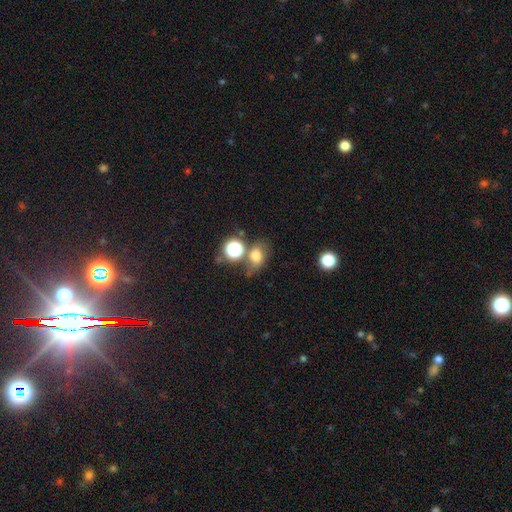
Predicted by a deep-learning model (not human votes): The model was most divided on "how rounded": in between: 64%, round: 34%, cigar-shaped: 2%. More confident: smooth or featured — smooth (67%); merging — none (51%).